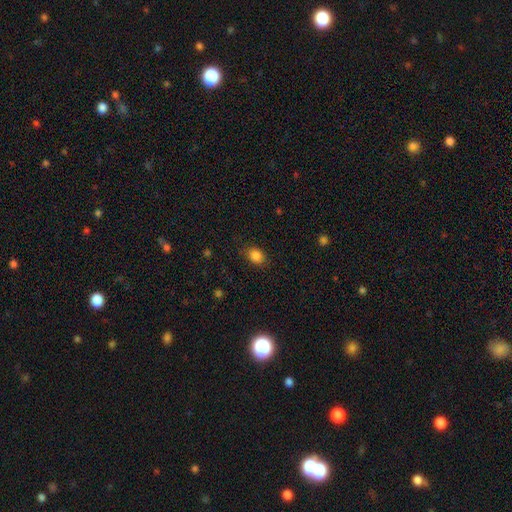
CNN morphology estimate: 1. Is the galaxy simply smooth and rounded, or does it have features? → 85% smooth, 10% star or artifact, 4% featured or disk.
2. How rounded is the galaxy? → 58% in between, 40% round, 1% cigar-shaped.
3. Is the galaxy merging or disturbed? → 81% none, 14% minor disturbance, 4% major disturbance, 1% merger.